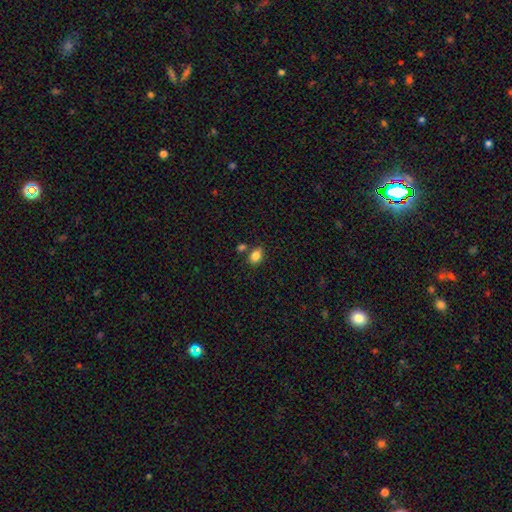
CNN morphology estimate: smooth 84%, star or artifact 10%, featured or disk 6%. Down the decision tree: how rounded — in between (80%); merging — none (73%).